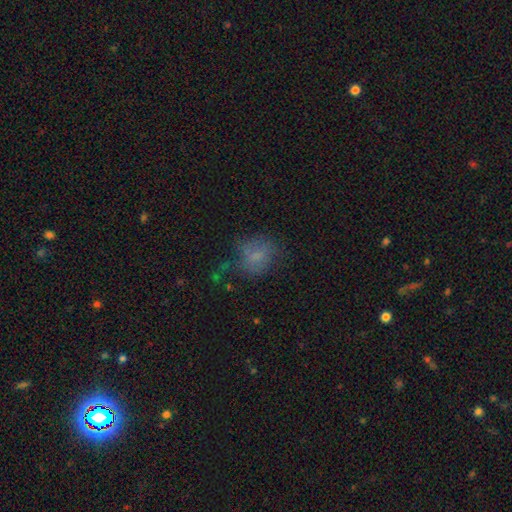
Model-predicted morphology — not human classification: Smooth or featured? Predicted: smooth (p=0.66). How rounded? Predicted: round (p=0.53). Merging? Predicted: none (p=0.54).